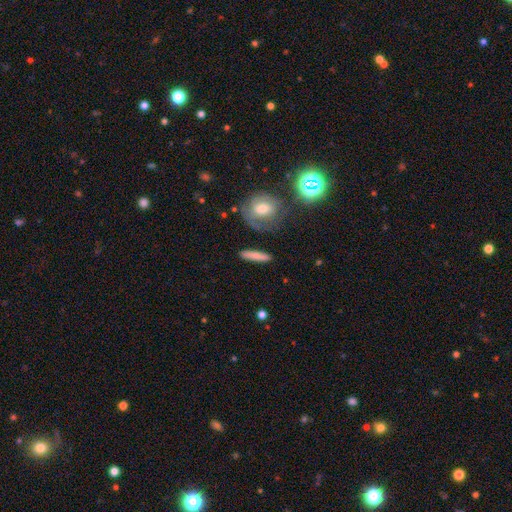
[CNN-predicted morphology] Q: Smooth or featured?
A: smooth (75%); runner-up: featured or disk (18%)
Q: How rounded?
A: cigar-shaped (84%); runner-up: in between (13%)
Q: Merging?
A: none (84%); runner-up: minor disturbance (10%)